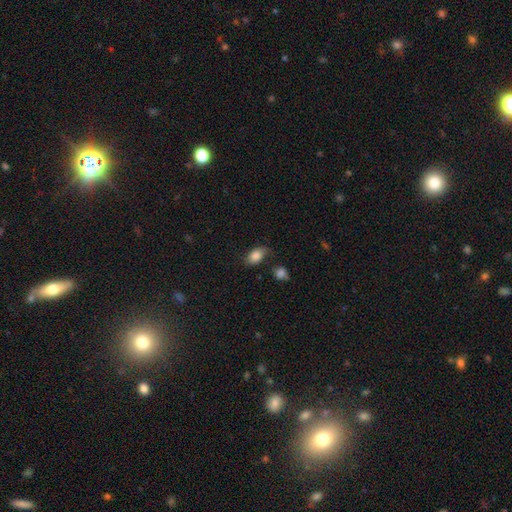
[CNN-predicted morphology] Smooth or featured?
  - smooth: 83% *
  - featured or disk: 9%
  - star or artifact: 8%
How rounded?
  - in between: 87% *
  - round: 10%
  - cigar-shaped: 2%
Merging?
  - none: 60% *
  - minor disturbance: 26%
  - major disturbance: 9%
  - merger: 6%